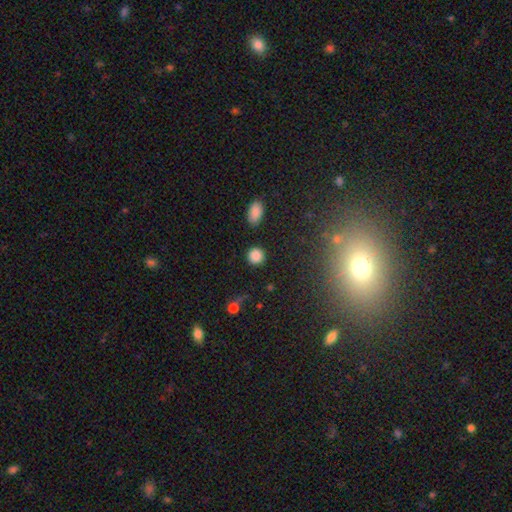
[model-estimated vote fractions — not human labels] The model was most divided on "smooth or featured": smooth: 86%, star or artifact: 10%, featured or disk: 4%. More confident: how rounded — round (92%); merging — none (89%).